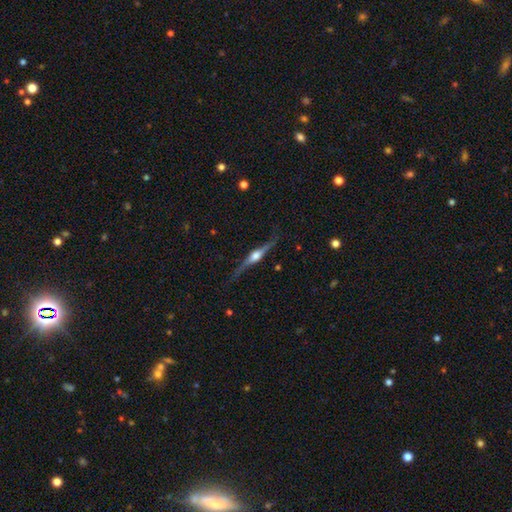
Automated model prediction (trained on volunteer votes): Overall: featured or disk (81%). Edge-on disk: yes (96%). Edge-on bulge: rounded (90%). Merging: none (78%).